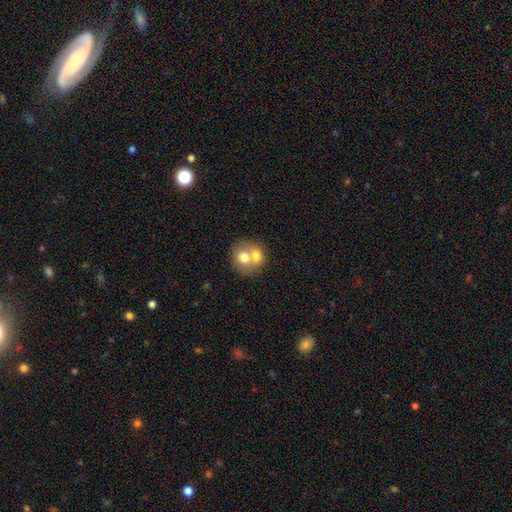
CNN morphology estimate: This appears to be a smooth galaxy with no disk features (68%) that is round (73%). Merging: merger (61%).